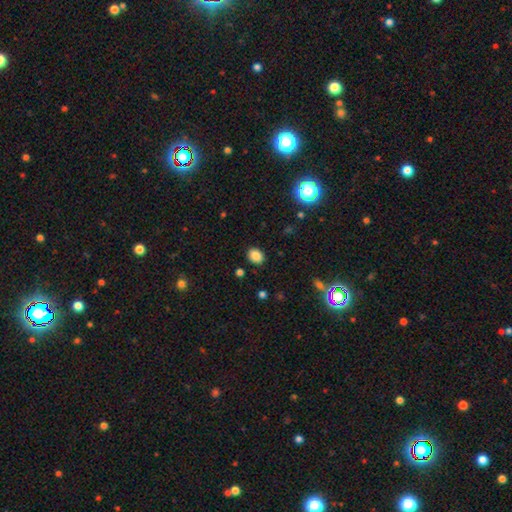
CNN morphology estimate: The model was most divided on "how rounded": in between: 51%, round: 48%, cigar-shaped: 1%. More confident: merging — none (88%); smooth or featured — smooth (84%).